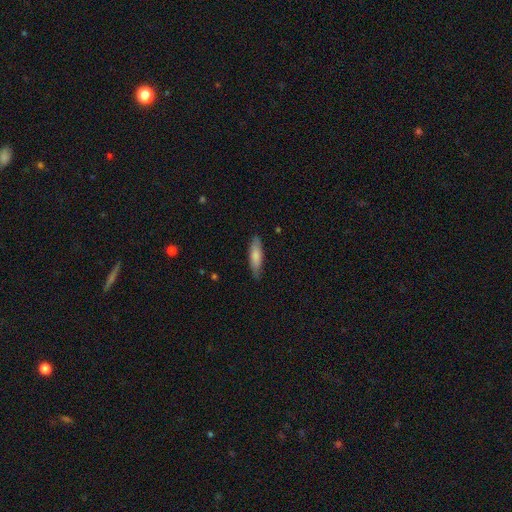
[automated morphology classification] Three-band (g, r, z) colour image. It shows a smooth galaxy with no disk features (78%) that is cigar-shaped (59%). Merging: none (84%).